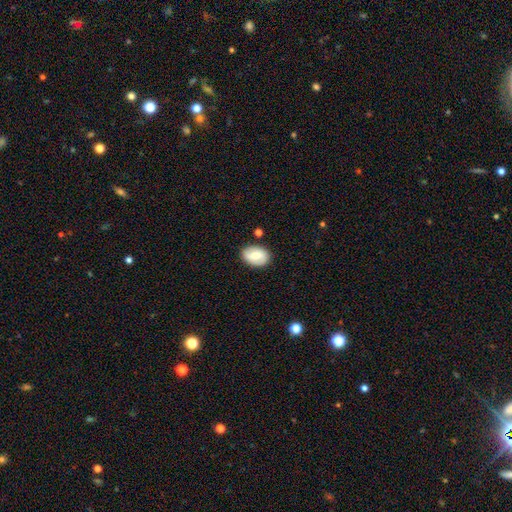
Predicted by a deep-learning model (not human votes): This is likely a smooth galaxy (68%). How rounded: clearly in between (81%). Merging: clearly none (83%).